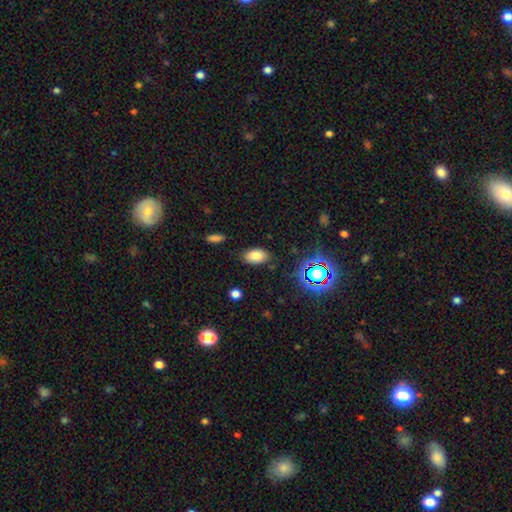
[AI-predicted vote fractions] A smooth galaxy with no disk features (79%) that is in between round and cigar-shaped (91%).

Vote fractions:
- Smooth or featured? smooth: 79% / star or artifact: 13% / featured or disk: 8%
- How rounded? in between: 91% / round: 8% / cigar-shaped: 2%
- Merging? none: 84% / minor disturbance: 11% / major disturbance: 3% / merger: 2%